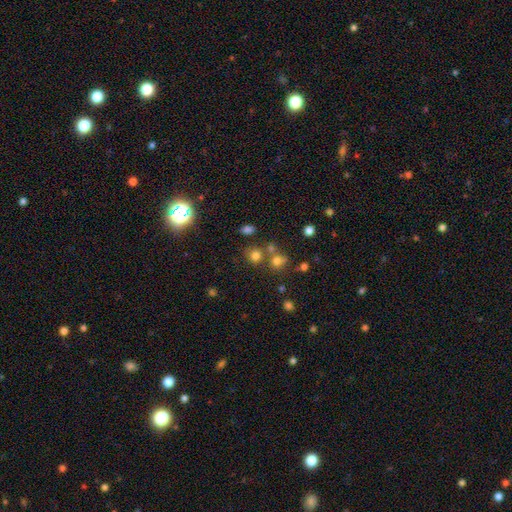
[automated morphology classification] This is likely a smooth galaxy (72%). How rounded: clearly round (85%). Merging: likely none (67%).